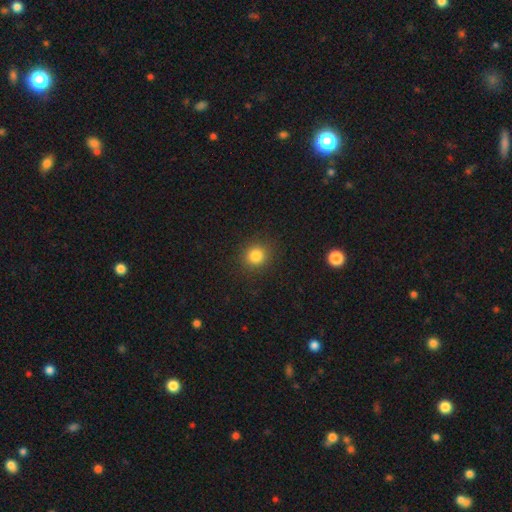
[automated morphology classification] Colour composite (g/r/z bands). It shows a smooth galaxy with no disk features (83%) that is round (88%). Merging: none (90%).